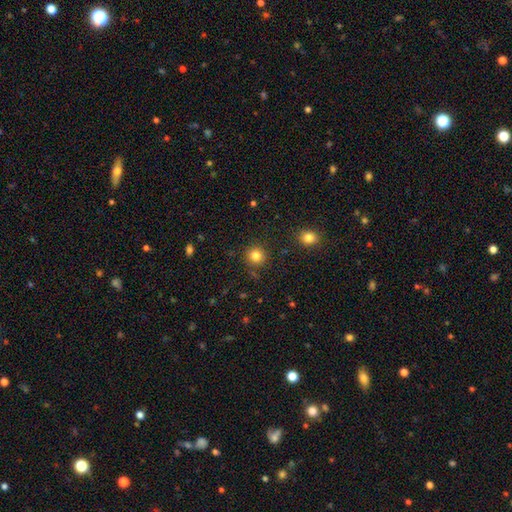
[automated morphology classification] Smooth or featured?
  - smooth: 82% *
  - star or artifact: 12%
  - featured or disk: 6%
How rounded?
  - round: 92% *
  - in between: 7%
  - cigar-shaped: 1%
Merging?
  - none: 88% *
  - minor disturbance: 7%
  - major disturbance: 3%
  - merger: 2%